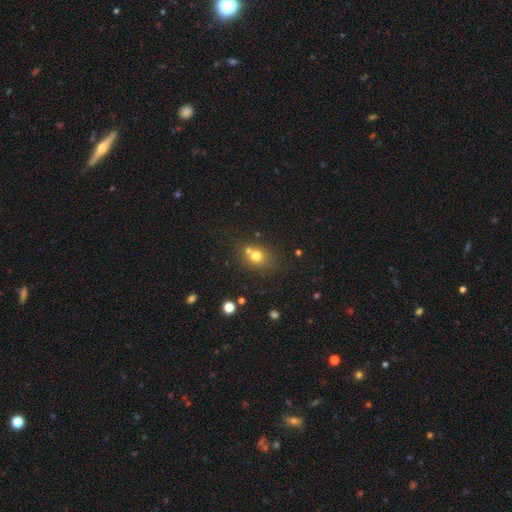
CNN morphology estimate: Smooth or featured?
  - smooth: 71% *
  - star or artifact: 16%
  - featured or disk: 13%
How rounded?
  - round: 69% *
  - in between: 30%
  - cigar-shaped: 1%
Merging?
  - none: 55% *
  - merger: 30%
  - minor disturbance: 11%
  - major disturbance: 4%